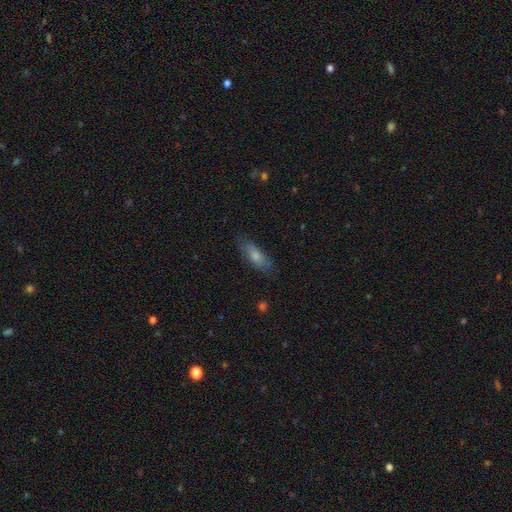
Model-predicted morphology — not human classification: A smooth galaxy with no disk features (75%) that is in between round and cigar-shaped (66%).

Vote fractions:
- Smooth or featured? smooth: 75% / featured or disk: 19% / star or artifact: 7%
- How rounded? in between: 66% / cigar-shaped: 32% / round: 2%
- Merging? none: 73% / minor disturbance: 20% / major disturbance: 6% / merger: 1%